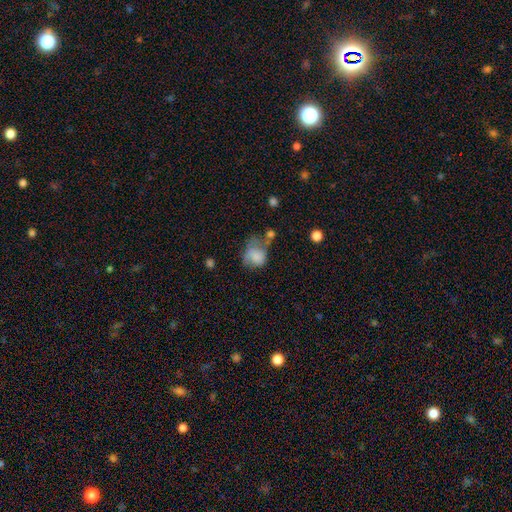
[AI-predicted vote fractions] Smooth or featured?
  - smooth: 72% *
  - featured or disk: 19%
  - star or artifact: 9%
How rounded?
  - round: 53% *
  - in between: 46%
  - cigar-shaped: 1%
Merging?
  - major disturbance: 30% *
  - minor disturbance: 29%
  - none: 27%
  - merger: 13%